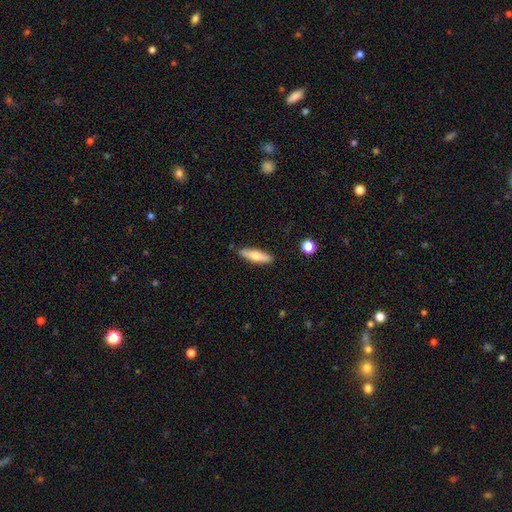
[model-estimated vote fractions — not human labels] This is likely a smooth galaxy (60%). How rounded: likely cigar-shaped (65%). Merging: clearly none (87%).